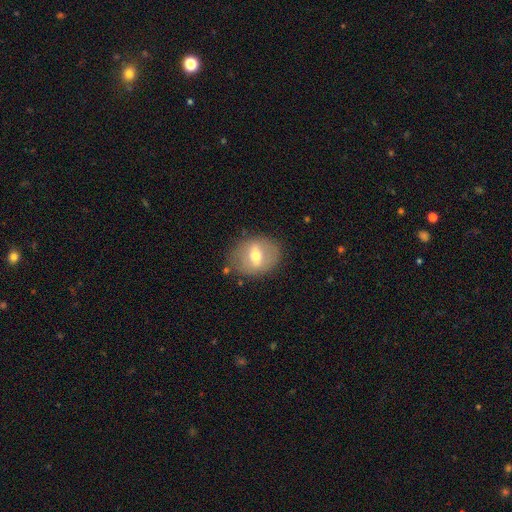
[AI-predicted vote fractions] Smooth or featured? Predicted: featured or disk (p=0.47). Merging? Predicted: none (p=0.80).